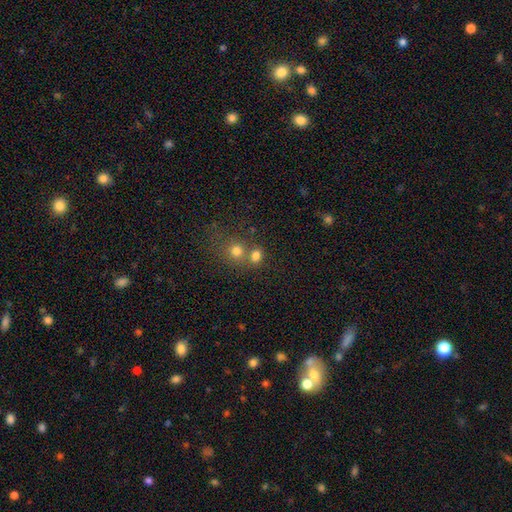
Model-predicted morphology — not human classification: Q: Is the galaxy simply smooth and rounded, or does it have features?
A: smooth — 75%.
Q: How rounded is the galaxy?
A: round — 71%.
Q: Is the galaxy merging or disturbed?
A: none — 49%.